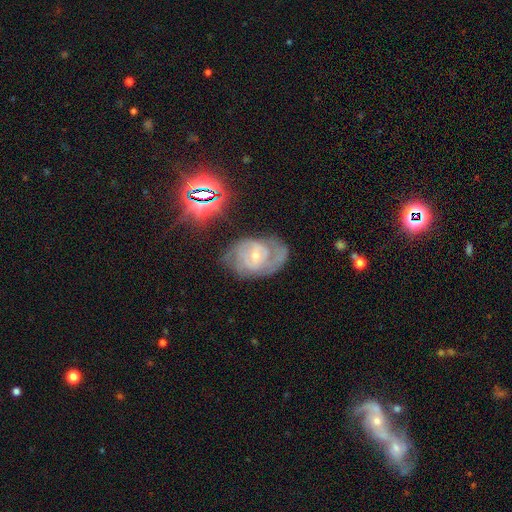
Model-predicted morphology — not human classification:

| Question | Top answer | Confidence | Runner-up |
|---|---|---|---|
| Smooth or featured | featured or disk | 79% | smooth (12%) |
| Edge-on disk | no | 97% | yes (3%) |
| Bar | no | 44% | weak (43%) |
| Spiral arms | yes | 90% | no (10%) |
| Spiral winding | tight | 52% | medium (38%) |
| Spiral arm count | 2 | 42% | can't tell (33%) |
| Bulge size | small | 65% | moderate (32%) |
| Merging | none | 54% | minor disturbance (25%) |